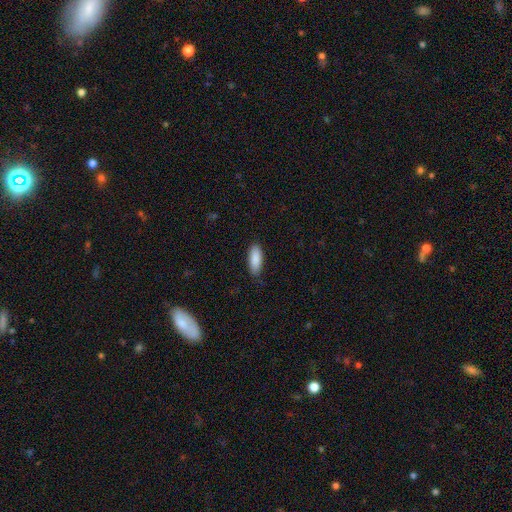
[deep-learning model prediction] This is clearly a smooth galaxy (88%). How rounded: likely in between (71%). Merging: clearly none (81%).